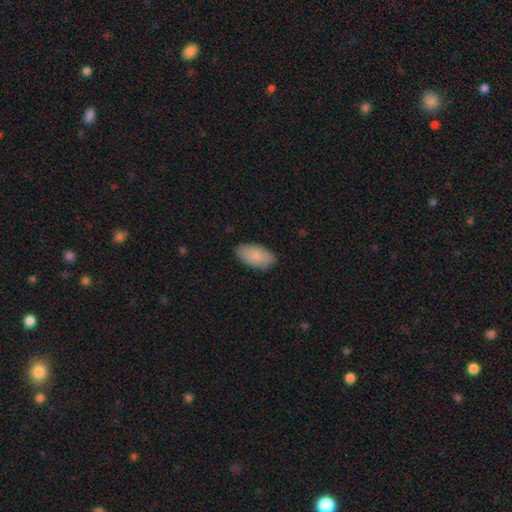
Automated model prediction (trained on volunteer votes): This appears to be a smooth galaxy with no disk features (85%) that is in between round and cigar-shaped (94%). Merging: none (85%).